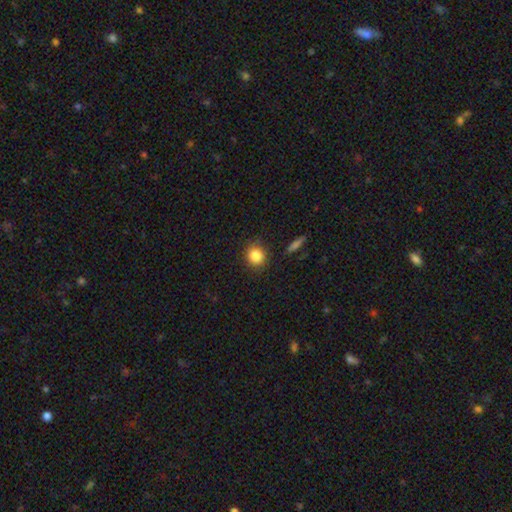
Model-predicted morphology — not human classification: The model was most divided on "how rounded": round: 84%, in between: 15%, cigar-shaped: 1%. More confident: merging — none (87%); smooth or featured — smooth (85%).